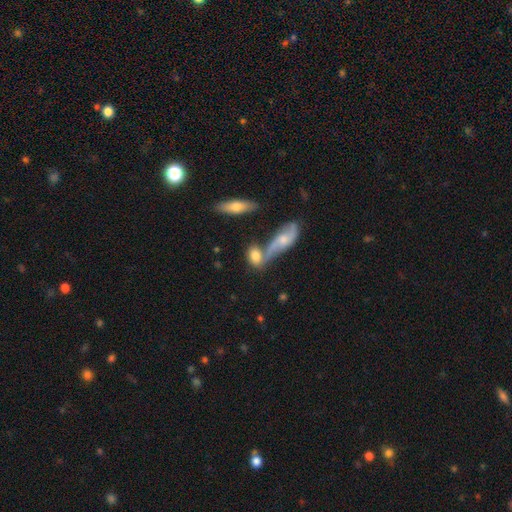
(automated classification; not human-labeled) The model was most divided on "merging": merger: 46%, none: 35%, minor disturbance: 13%, major disturbance: 7%. More confident: how rounded — in between (76%); smooth or featured — smooth (73%).